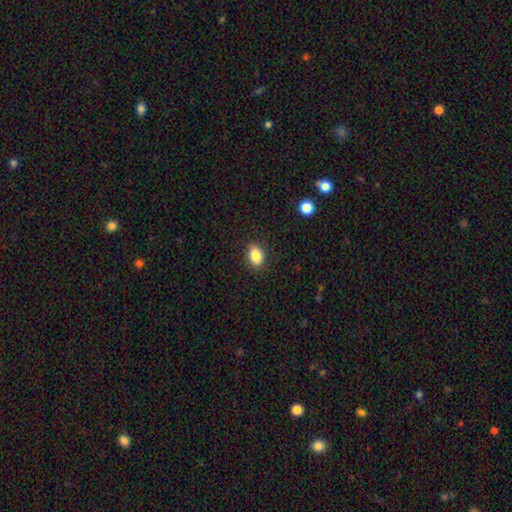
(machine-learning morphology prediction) This is clearly a smooth galaxy (85%). How rounded: clearly in between (80%). Merging: clearly none (87%).